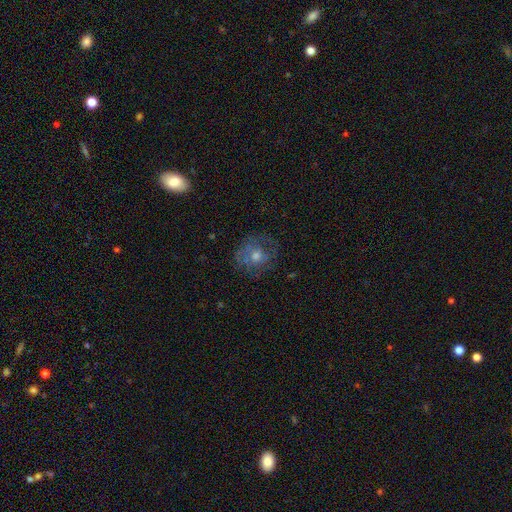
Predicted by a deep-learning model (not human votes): smooth-or-featured: featured or disk: 49% | smooth: 37% | star or artifact: 14%
  merging: none: 70% | minor disturbance: 17% | major disturbance: 12% | merger: 1%